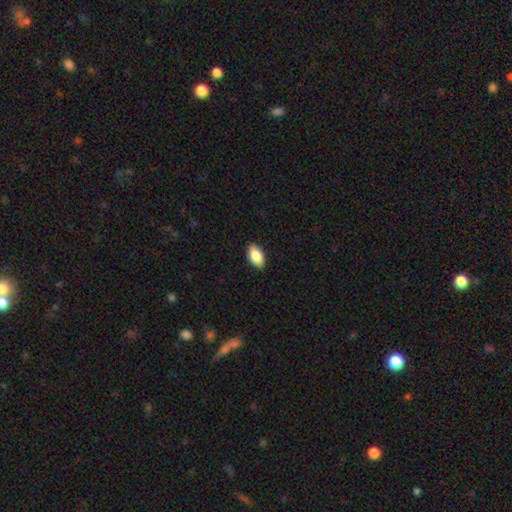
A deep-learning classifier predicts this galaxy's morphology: A smooth galaxy with no disk features (85%) that is in between round and cigar-shaped (93%).

Vote fractions:
- Smooth or featured? smooth: 85% / featured or disk: 8% / star or artifact: 7%
- How rounded? in between: 93% / round: 4% / cigar-shaped: 3%
- Merging? none: 89% / minor disturbance: 8% / major disturbance: 2% / merger: 1%